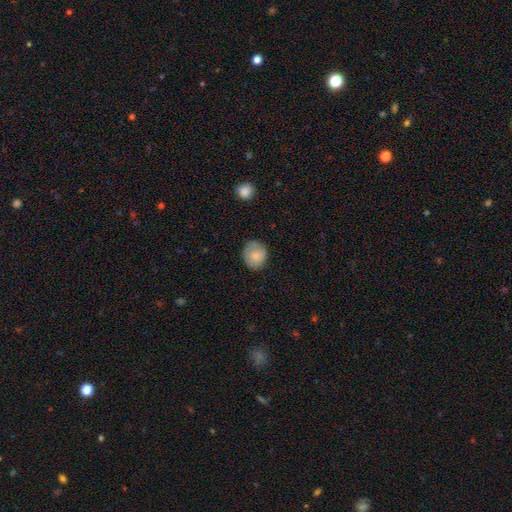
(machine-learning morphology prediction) smooth 73%, featured or disk 19%, star or artifact 7%. Down the decision tree: how rounded — round (74%); merging — none (73%).